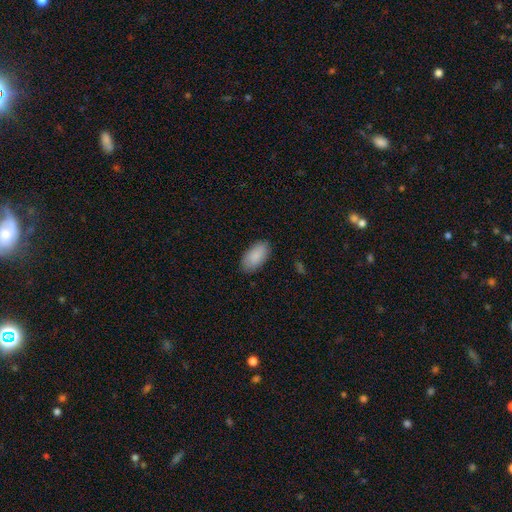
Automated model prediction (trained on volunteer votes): This is clearly a smooth galaxy (89%). How rounded: clearly in between (95%). Merging: clearly none (86%).